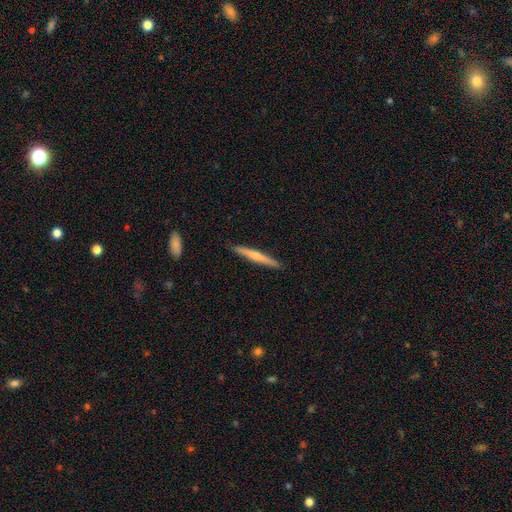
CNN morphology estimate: smooth-or-featured: featured or disk: 49% | smooth: 46% | star or artifact: 5%
  merging: none: 91% | minor disturbance: 7% | major disturbance: 1% | merger: 1%